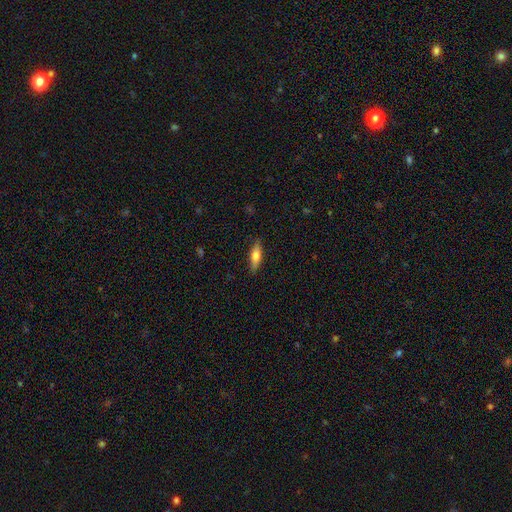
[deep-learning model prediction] Morphology: type=smooth (64%); roundness=cigar-shaped (53%); merging=none (86%).